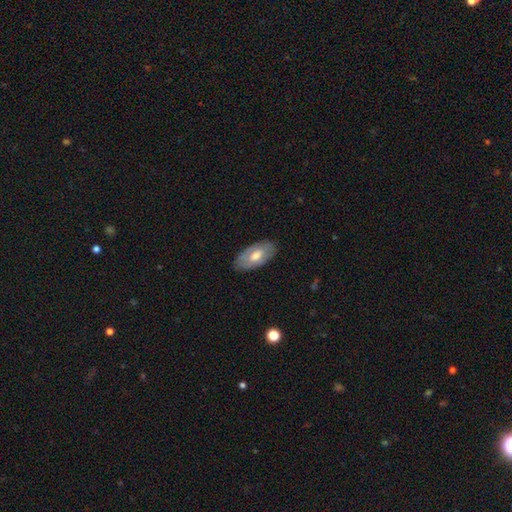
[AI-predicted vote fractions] Overall: smooth (54%; featured or disk 40%). How rounded: in between (93%). Merging: none (84%).